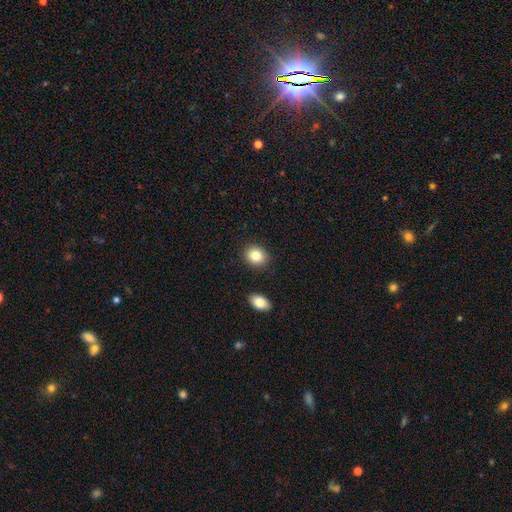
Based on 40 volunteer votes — This is clearly a smooth galaxy (90%). How rounded: possibly round (50%, tied with in between). Merging: clearly none (89%).